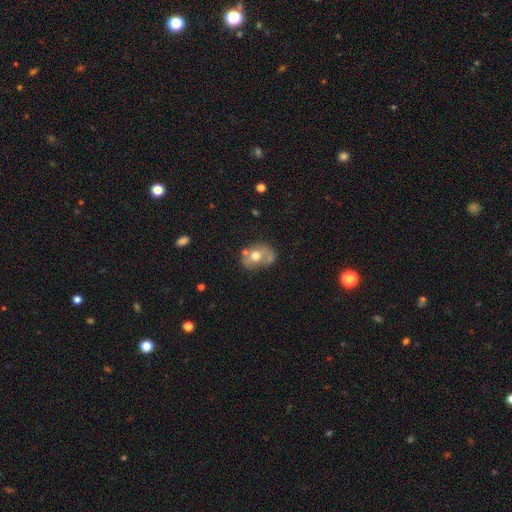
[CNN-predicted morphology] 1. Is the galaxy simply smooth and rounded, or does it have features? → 55% smooth, 35% featured or disk, 9% star or artifact.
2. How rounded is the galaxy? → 56% in between, 42% round, 1% cigar-shaped.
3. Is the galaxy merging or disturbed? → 49% none, 21% merger, 21% minor disturbance, 9% major disturbance.